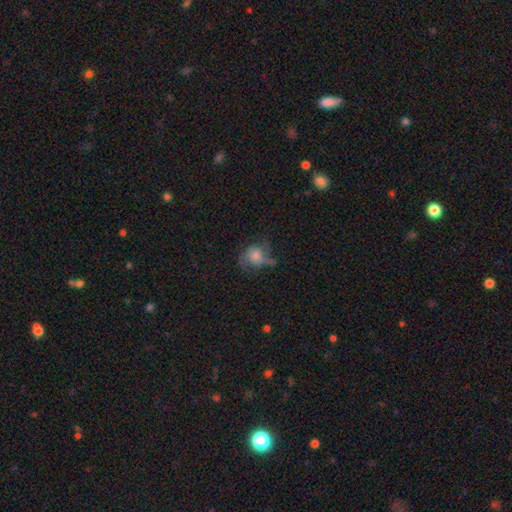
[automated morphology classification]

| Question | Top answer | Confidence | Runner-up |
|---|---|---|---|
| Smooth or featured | featured or disk | 55% | smooth (33%) |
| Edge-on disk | no | 97% | yes (3%) |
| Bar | no | 76% | weak (20%) |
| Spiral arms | yes | 81% | no (19%) |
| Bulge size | moderate | 45% | small (29%) |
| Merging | none | 47% | major disturbance (27%) |